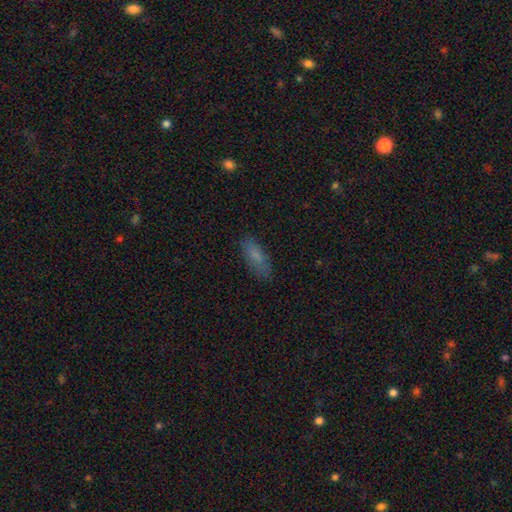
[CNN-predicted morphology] The model was most divided on "how rounded": in between: 68%, cigar-shaped: 30%, round: 2%. More confident: merging — none (80%); smooth or featured — smooth (77%).